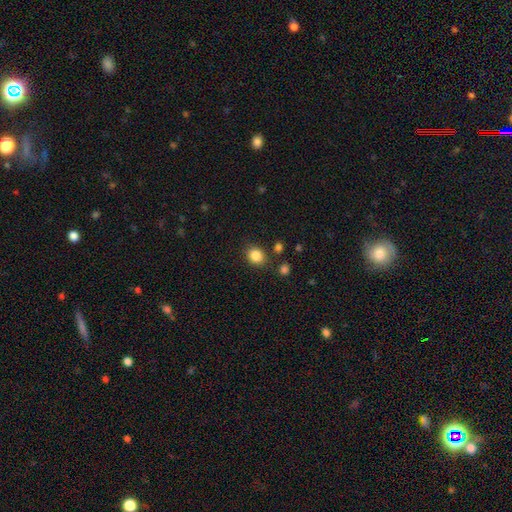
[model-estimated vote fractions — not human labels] A smooth galaxy with no disk features (85%) that is round (63%).

Vote fractions:
- Smooth or featured? smooth: 85% / star or artifact: 10% / featured or disk: 4%
- How rounded? round: 63% / in between: 36% / cigar-shaped: 1%
- Merging? none: 81% / minor disturbance: 11% / merger: 4% / major disturbance: 3%